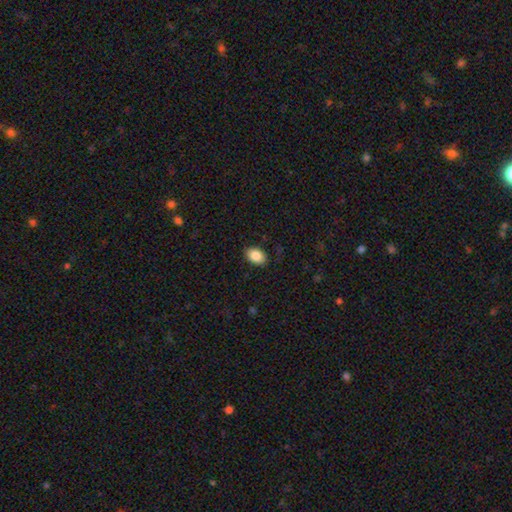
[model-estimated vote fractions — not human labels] Q: Smooth or featured?
A: smooth (87%); runner-up: star or artifact (8%)
Q: How rounded?
A: in between (85%); runner-up: round (14%)
Q: Merging?
A: none (87%); runner-up: minor disturbance (9%)